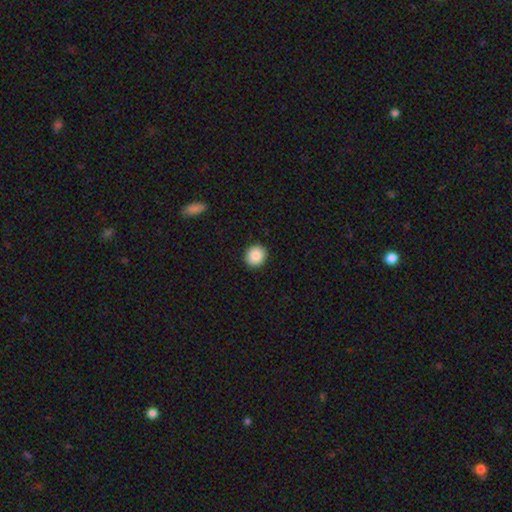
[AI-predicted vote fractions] Smooth or featured? Predicted: smooth (p=0.88). How rounded? Predicted: round (p=0.85). Merging? Predicted: none (p=0.92).